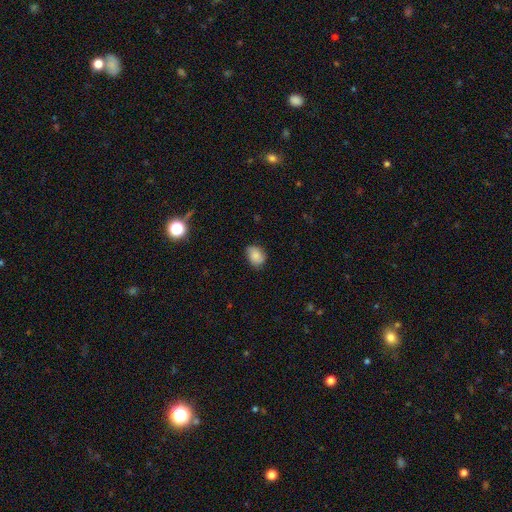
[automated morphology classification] Q: Smooth or featured?
A: smooth (74%); runner-up: featured or disk (17%)
Q: How rounded?
A: in between (63%); runner-up: round (36%)
Q: Merging?
A: none (74%); runner-up: minor disturbance (21%)